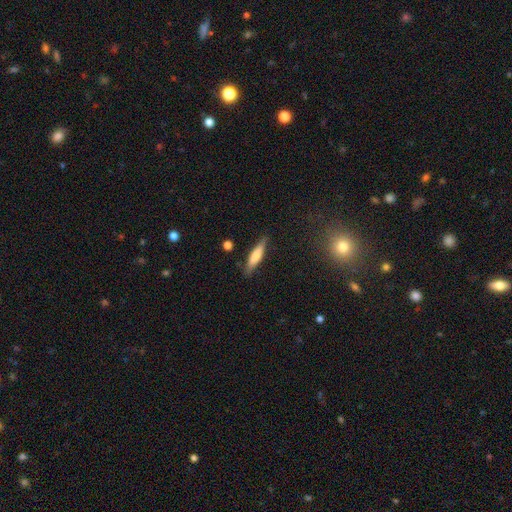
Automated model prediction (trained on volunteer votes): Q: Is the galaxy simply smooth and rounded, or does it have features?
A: smooth — 64%.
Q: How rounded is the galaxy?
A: cigar-shaped — 81%.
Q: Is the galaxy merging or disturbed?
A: none — 84%.